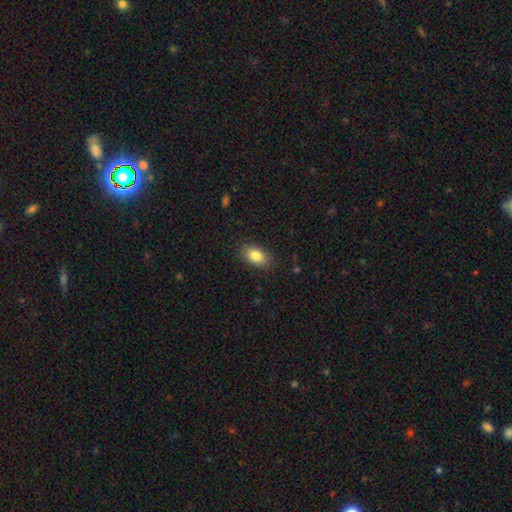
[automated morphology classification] Smooth or featured?
  - smooth: 85% *
  - star or artifact: 8%
  - featured or disk: 8%
How rounded?
  - in between: 89% *
  - round: 10%
  - cigar-shaped: 2%
Merging?
  - none: 85% *
  - minor disturbance: 11%
  - major disturbance: 3%
  - merger: 1%